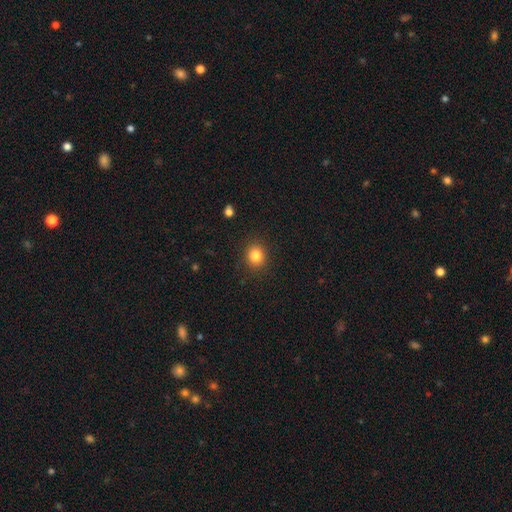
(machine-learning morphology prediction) smooth_or_featured: smooth (p=0.83) [alt: star or artifact p=0.11]
how_rounded: round (p=0.76) [alt: in between p=0.23]
merging: none (p=0.89) [alt: minor disturbance p=0.07]